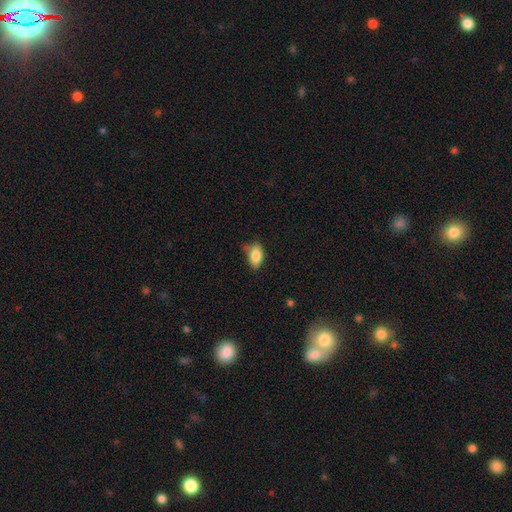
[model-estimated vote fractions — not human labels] A smooth galaxy with no disk features (83%) that is in between round and cigar-shaped (90%). Merging: none (58%).